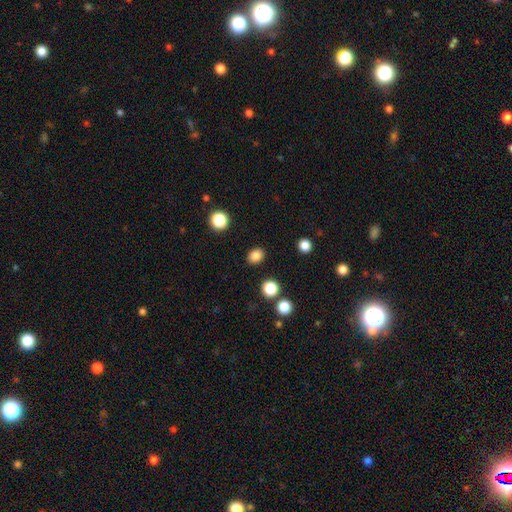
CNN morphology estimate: A smooth galaxy with no disk features (85%) that is round (50%).

Vote fractions:
- Smooth or featured? smooth: 85% / star or artifact: 11% / featured or disk: 4%
- How rounded? round: 50% / in between: 49% / cigar-shaped: 1%
- Merging? none: 89% / minor disturbance: 7% / major disturbance: 2% / merger: 2%